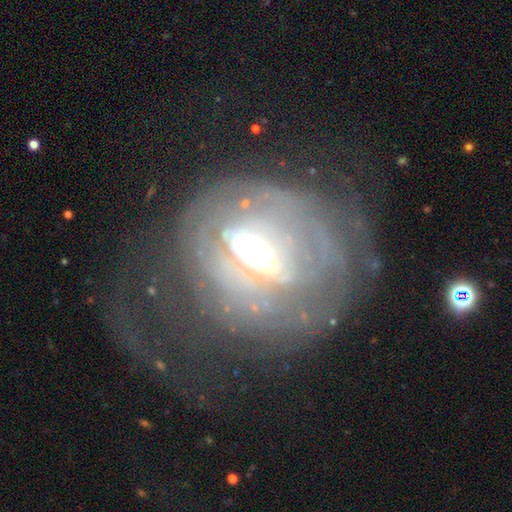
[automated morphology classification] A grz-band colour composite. It shows a featured or disk galaxy (76%) with a strong bar (38%), spiral arms (60%) and a moderate central bulge (54%). Merging: none (46%).